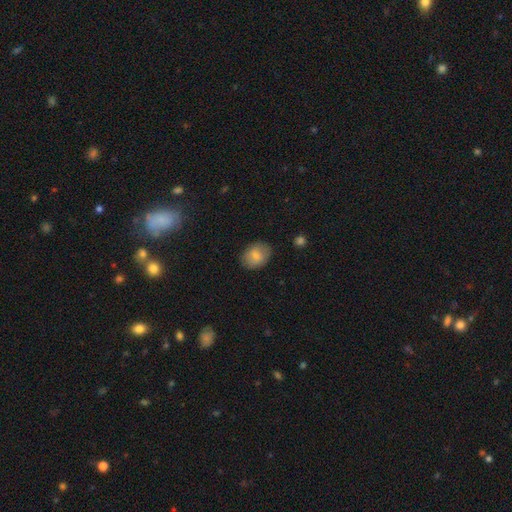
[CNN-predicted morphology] A smooth galaxy with no disk features (79%) that is in between round and cigar-shaped (65%). Merging: none (83%).